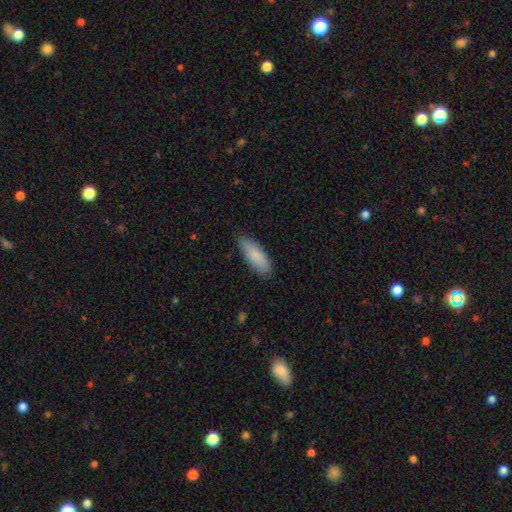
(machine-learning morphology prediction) smooth 87%, featured or disk 7%, star or artifact 6%. Down the decision tree: how rounded — in between (58%); merging — none (86%).